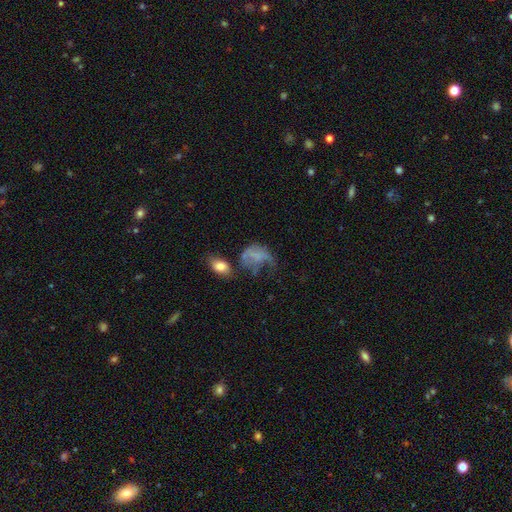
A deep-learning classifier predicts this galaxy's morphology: Overall: smooth (48%; featured or disk 38%). Merging: major disturbance (50%; none 20%).